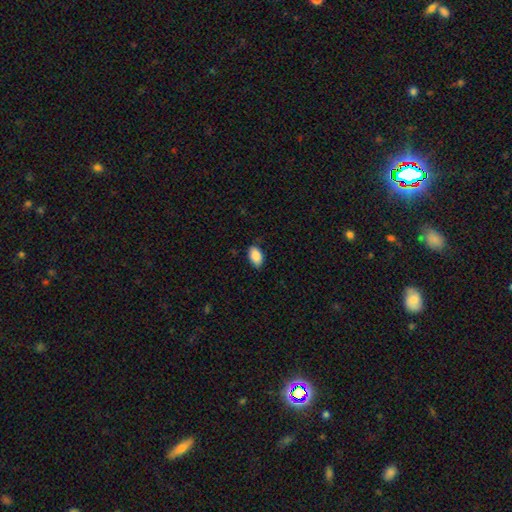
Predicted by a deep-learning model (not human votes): A smooth galaxy with no disk features (89%) that is in between round and cigar-shaped (93%).

Vote fractions:
- Smooth or featured? smooth: 89% / star or artifact: 7% / featured or disk: 4%
- How rounded? in between: 93% / round: 5% / cigar-shaped: 2%
- Merging? none: 81% / minor disturbance: 15% / major disturbance: 3% / merger: 1%